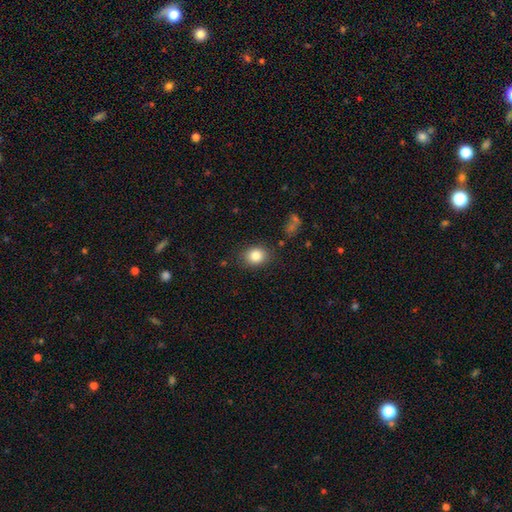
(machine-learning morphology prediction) smooth_or_featured: smooth (p=0.83) [alt: star or artifact p=0.10]
how_rounded: round (p=0.58) [alt: in between p=0.42]
merging: none (p=0.85) [alt: minor disturbance p=0.10]